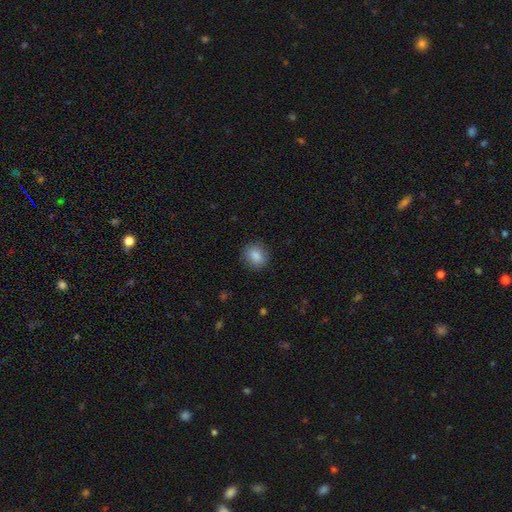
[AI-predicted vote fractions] Overall: smooth (87%). How rounded: round (74%). Merging: none (87%).